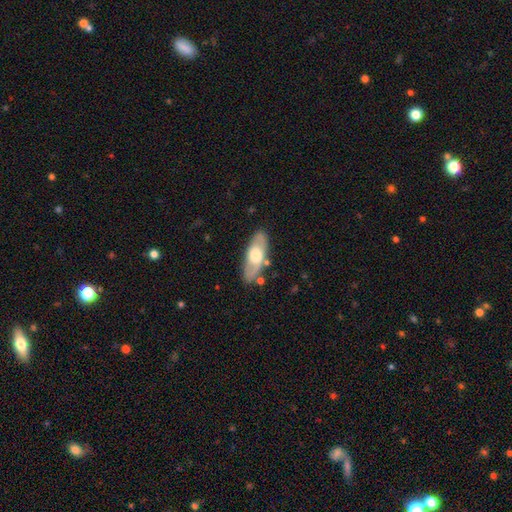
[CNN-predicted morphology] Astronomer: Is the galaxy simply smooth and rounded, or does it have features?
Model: smooth — 49% (runner-up: featured or disk, 45%).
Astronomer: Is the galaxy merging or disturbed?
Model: none — 81%.